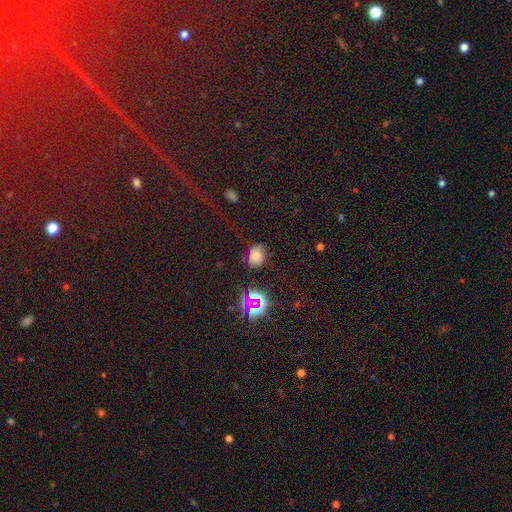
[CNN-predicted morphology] This appears to be a smooth galaxy with no disk features (62%) that is in between round and cigar-shaped (58%). Merging: none (67%).